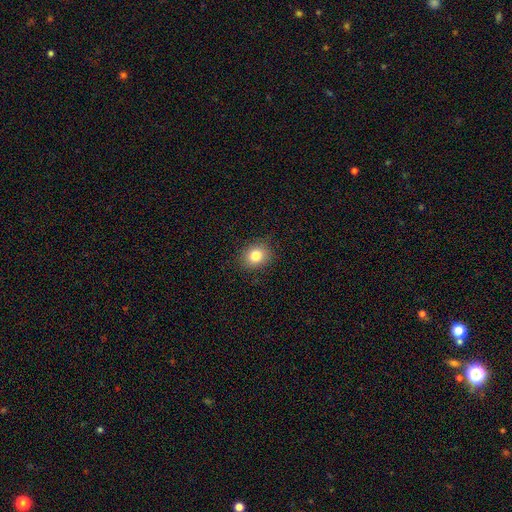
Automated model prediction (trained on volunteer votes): smooth-or-featured: smooth: 81% | star or artifact: 11% | featured or disk: 8%
  how-rounded: round: 65% | in between: 34% | cigar-shaped: 1%
  merging: none: 88% | minor disturbance: 9% | major disturbance: 2% | merger: 1%